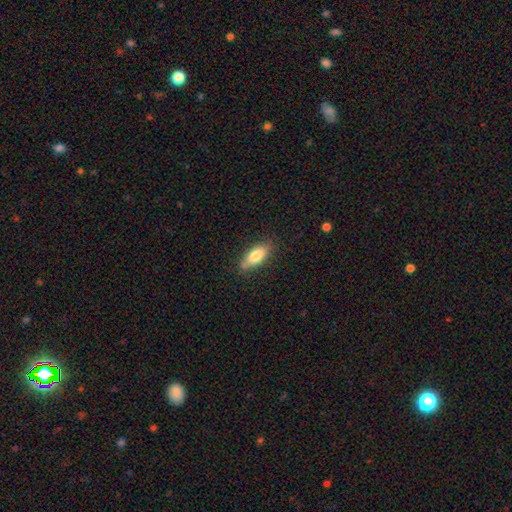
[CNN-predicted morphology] Smooth or featured? smooth (79%)
How rounded? in between (77%)
Merging? none (74%)